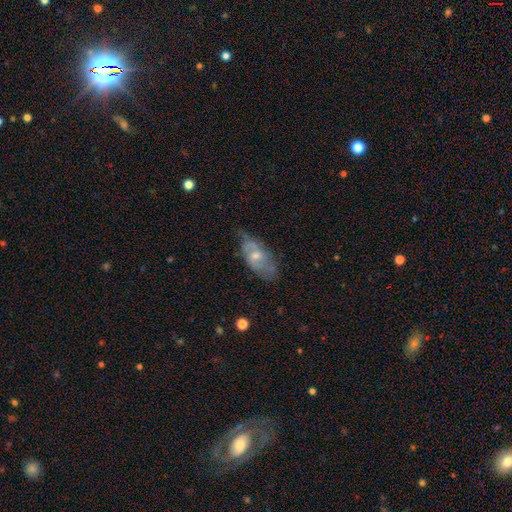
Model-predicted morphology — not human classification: A featured or disk galaxy (56%) with no bar (59%), spiral arms (60%) and a moderate central bulge (52%).

Vote fractions:
- Smooth or featured? featured or disk: 56% / smooth: 37% / star or artifact: 7%
- Edge-on disk? no: 89% / yes: 11%
- Bar? no: 59% / weak: 35% / strong: 6%
- Spiral arms? yes: 60% / no: 40%
- Bulge size? moderate: 52% / small: 40% / none: 4% / large: 3% / dominant: 1%
- Merging? none: 50% / minor disturbance: 32% / major disturbance: 14% / merger: 3%